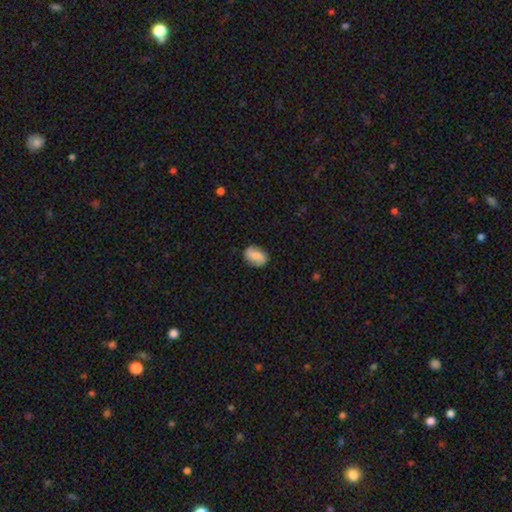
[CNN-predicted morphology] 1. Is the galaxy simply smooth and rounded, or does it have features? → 60% smooth, 32% featured or disk, 8% star or artifact.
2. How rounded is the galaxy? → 78% in between, 20% round, 2% cigar-shaped.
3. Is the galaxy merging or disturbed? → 81% none, 14% minor disturbance, 3% major disturbance, 1% merger.